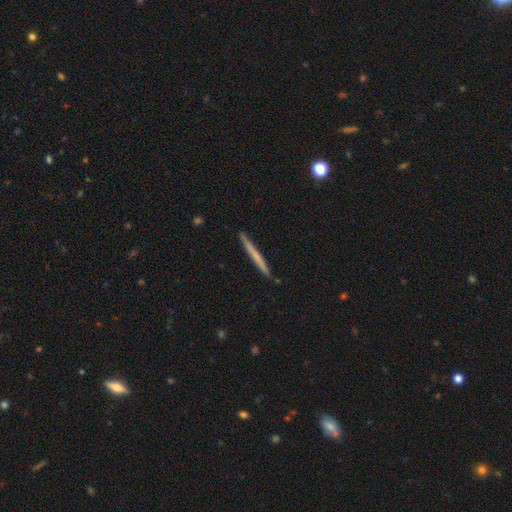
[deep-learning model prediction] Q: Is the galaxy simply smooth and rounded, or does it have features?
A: smooth — 53%.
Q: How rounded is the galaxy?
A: cigar-shaped — 97%.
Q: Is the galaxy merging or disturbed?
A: none — 91%.